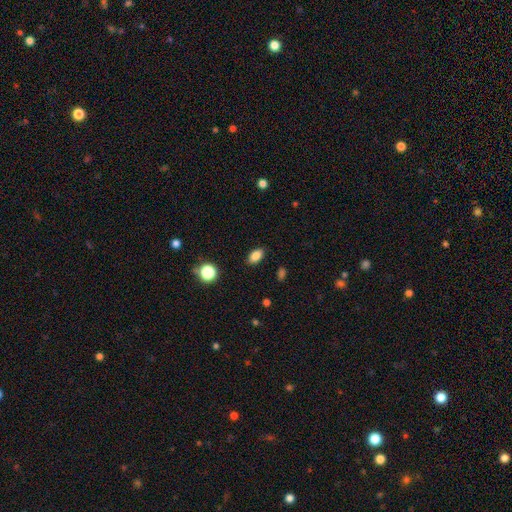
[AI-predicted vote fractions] smooth-or-featured: smooth: 85% | star or artifact: 10% | featured or disk: 5%
  how-rounded: in between: 89% | round: 8% | cigar-shaped: 3%
  merging: none: 88% | minor disturbance: 8% | major disturbance: 2% | merger: 1%